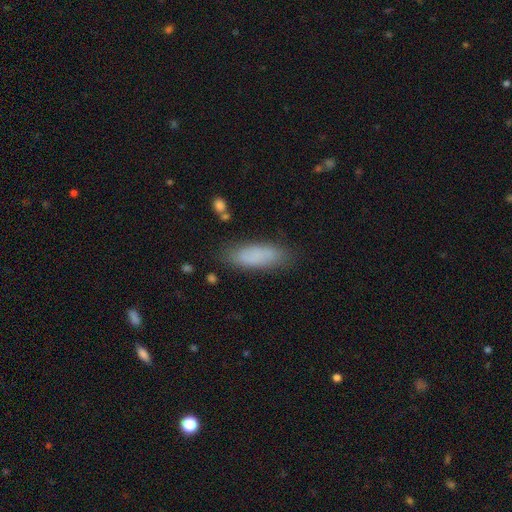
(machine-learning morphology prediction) Overall: smooth (83%). How rounded: in between (63%; cigar-shaped 34%). Merging: none (80%).